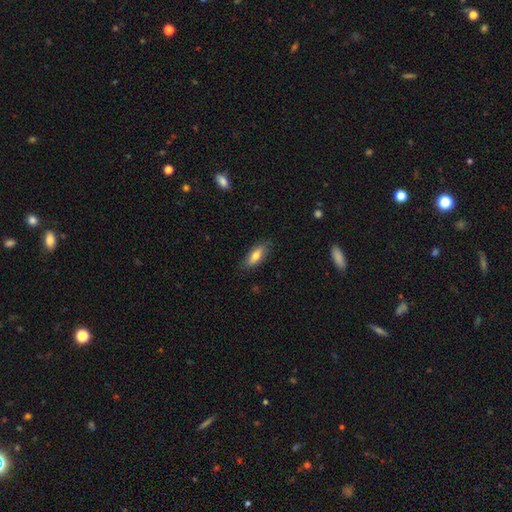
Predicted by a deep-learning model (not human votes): Smooth or featured? smooth (71%)
How rounded? in between (72%)
Merging? none (83%)